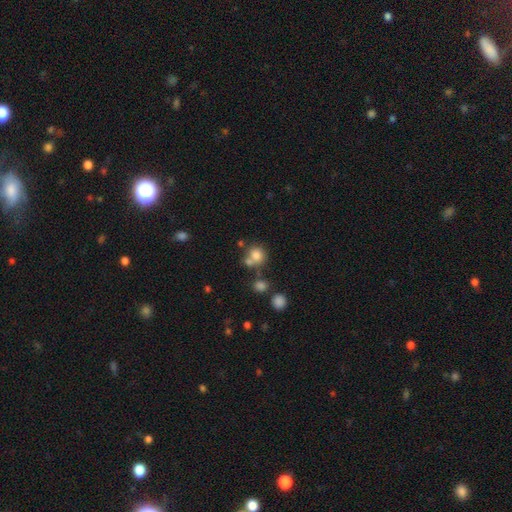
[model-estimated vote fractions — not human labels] Smooth or featured?
  - smooth: 77% *
  - star or artifact: 13%
  - featured or disk: 9%
How rounded?
  - round: 83% *
  - in between: 16%
  - cigar-shaped: 1%
Merging?
  - none: 55% *
  - merger: 30%
  - minor disturbance: 10%
  - major disturbance: 5%